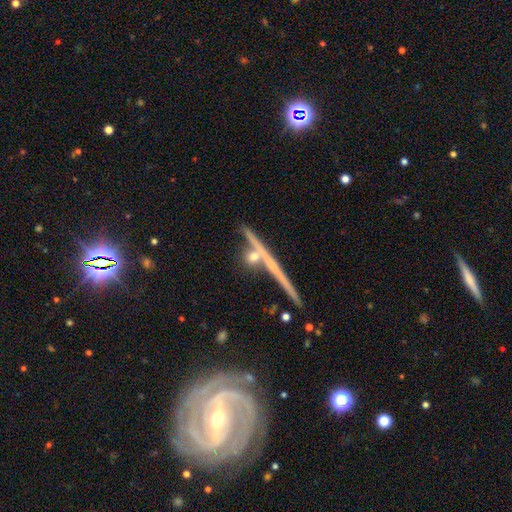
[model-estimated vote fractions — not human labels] This appears to be a featured or disk galaxy (56%) viewed edge-on (91%) with no central bulge (77%). Merging: none (70%).